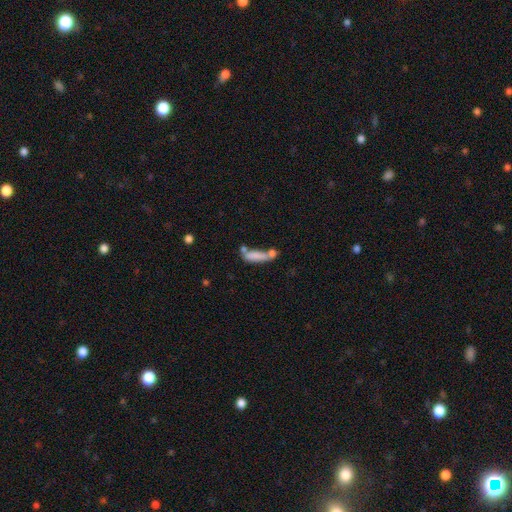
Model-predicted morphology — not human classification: This is likely a smooth galaxy (73%). How rounded: possibly cigar-shaped (58%). Merging: marginally merger (41%).